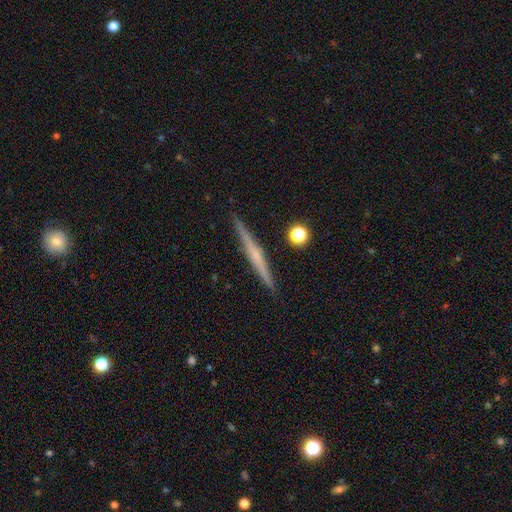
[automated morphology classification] This appears to be a featured or disk galaxy (64%) viewed edge-on (98%) with no central bulge (49%). Merging: none (91%).